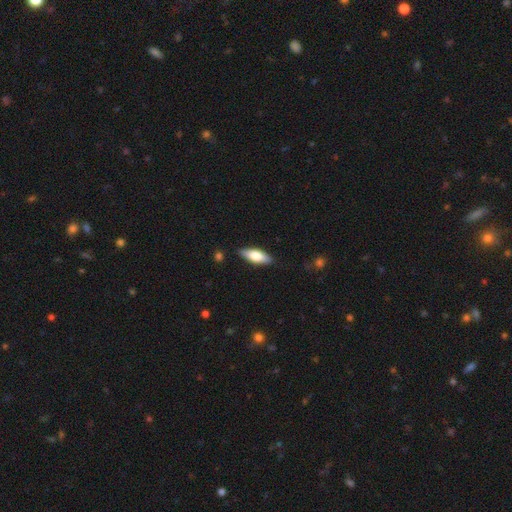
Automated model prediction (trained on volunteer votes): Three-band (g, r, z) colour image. It shows a smooth galaxy with no disk features (67%) that is in between round and cigar-shaped (67%). Merging: none (86%).